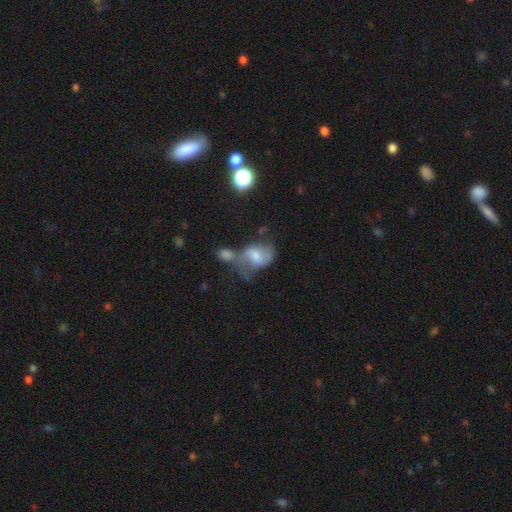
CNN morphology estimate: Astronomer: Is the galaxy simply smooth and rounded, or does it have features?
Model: featured or disk — 49% (runner-up: smooth, 39%).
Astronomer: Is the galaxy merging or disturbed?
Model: merger — 38% (runner-up: none, 25%).